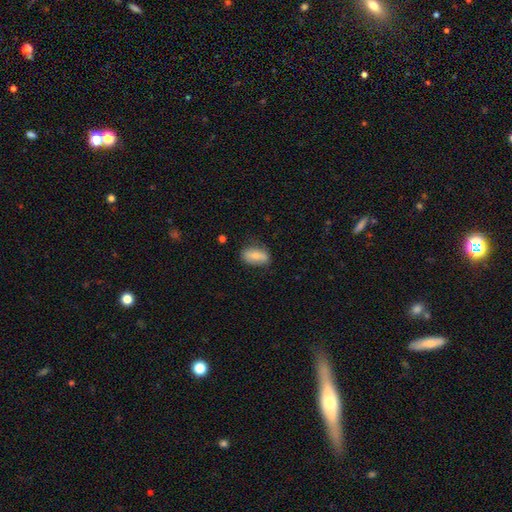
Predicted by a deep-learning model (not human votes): smooth-or-featured: smooth: 66% | featured or disk: 28% | star or artifact: 7%
  how-rounded: in between: 87% | round: 7% | cigar-shaped: 6%
  merging: none: 73% | minor disturbance: 20% | major disturbance: 5% | merger: 2%